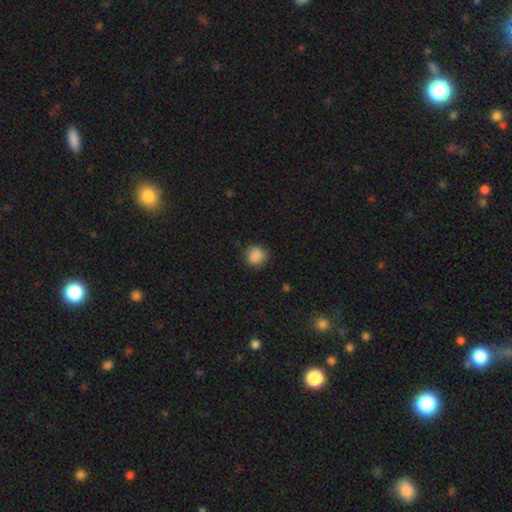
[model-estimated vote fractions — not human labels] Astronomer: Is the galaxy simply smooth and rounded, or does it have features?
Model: smooth — 88%.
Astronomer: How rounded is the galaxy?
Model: round — 85%.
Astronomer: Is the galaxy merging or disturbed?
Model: none — 84%.